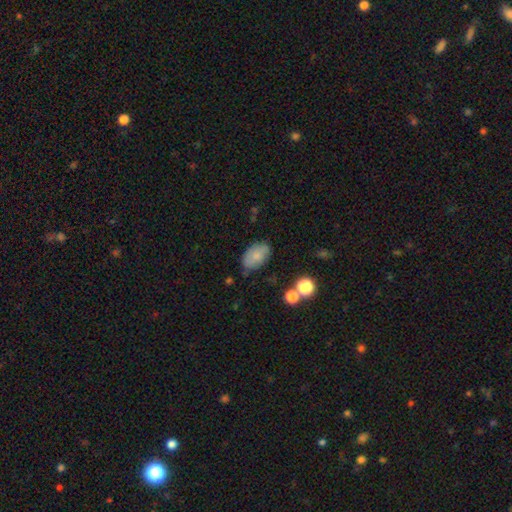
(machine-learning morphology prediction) smooth_or_featured: smooth (p=0.77) [alt: featured or disk p=0.15]
how_rounded: in between (p=0.91) [alt: round p=0.08]
merging: none (p=0.73) [alt: minor disturbance p=0.19]